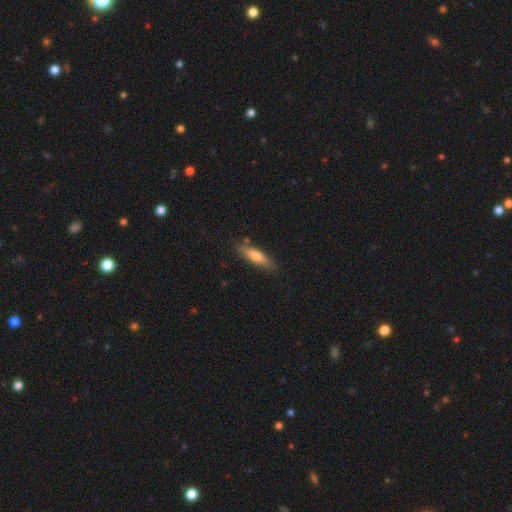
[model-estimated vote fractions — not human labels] Morphology: type=smooth (68%); roundness=cigar-shaped (67%); merging=none (81%).